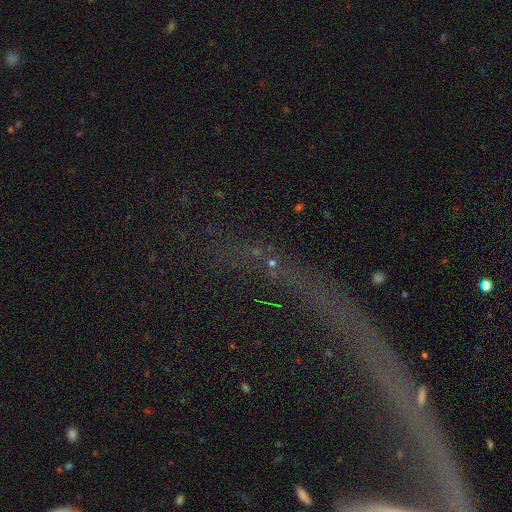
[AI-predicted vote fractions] Morphology: type=star or artifact (62%).